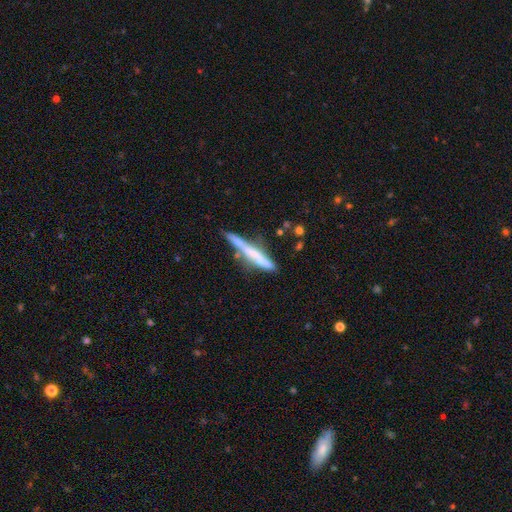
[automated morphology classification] Smooth or featured?
  - featured or disk: 48% *
  - smooth: 45%
  - star or artifact: 7%
Merging?
  - none: 55% *
  - minor disturbance: 23%
  - merger: 14%
  - major disturbance: 8%